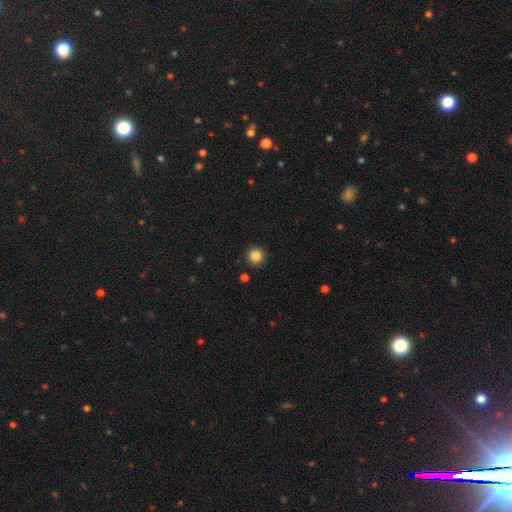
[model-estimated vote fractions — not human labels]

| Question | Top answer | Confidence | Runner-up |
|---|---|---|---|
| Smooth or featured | smooth | 85% | star or artifact (11%) |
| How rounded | round | 95% | in between (4%) |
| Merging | none | 92% | minor disturbance (5%) |